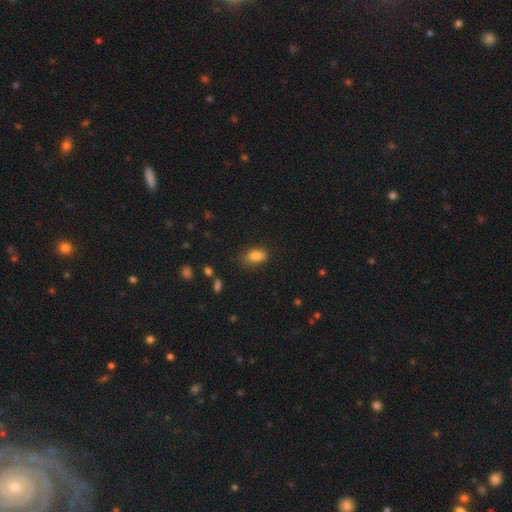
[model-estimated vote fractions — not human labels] Morphology: type=smooth (85%); roundness=in between (87%); merging=none (72%).